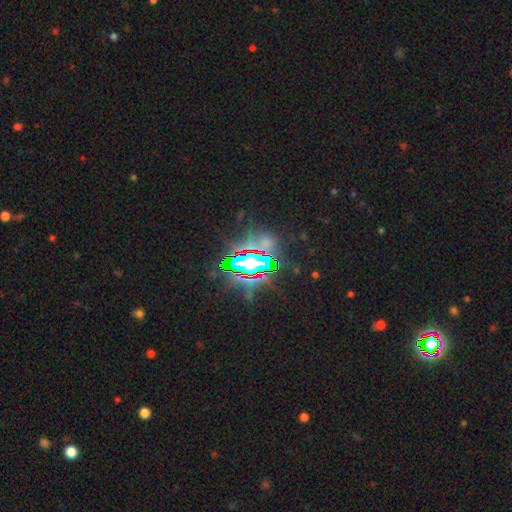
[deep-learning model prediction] The model was most divided on "smooth or featured": star or artifact: 81%, smooth: 10%, featured or disk: 9%.